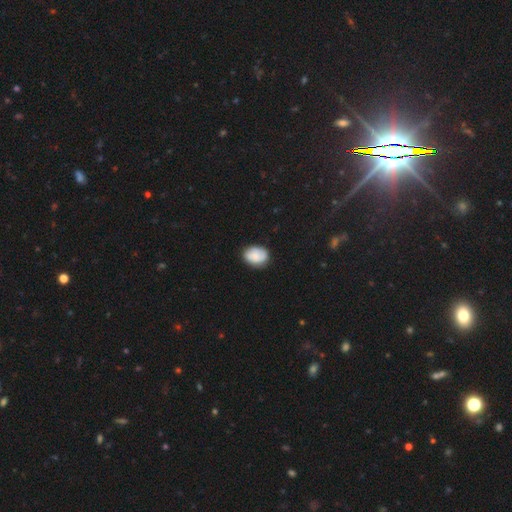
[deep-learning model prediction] smooth_or_featured: smooth (p=0.74) [alt: featured or disk p=0.18]
how_rounded: in between (p=0.66) [alt: round p=0.33]
merging: none (p=0.77) [alt: minor disturbance p=0.18]